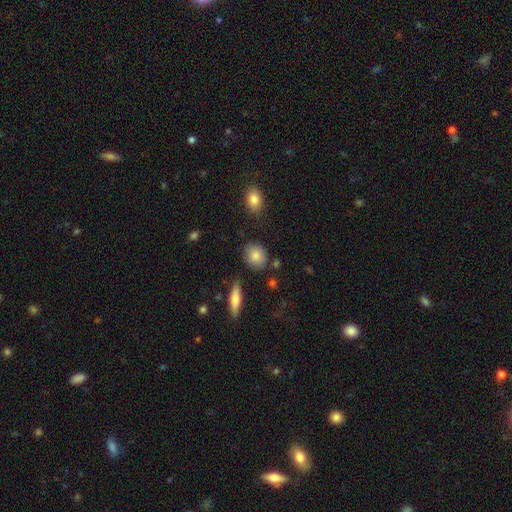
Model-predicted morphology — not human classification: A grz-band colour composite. It shows a smooth galaxy with no disk features (85%) that is round (69%). Merging: none (81%).